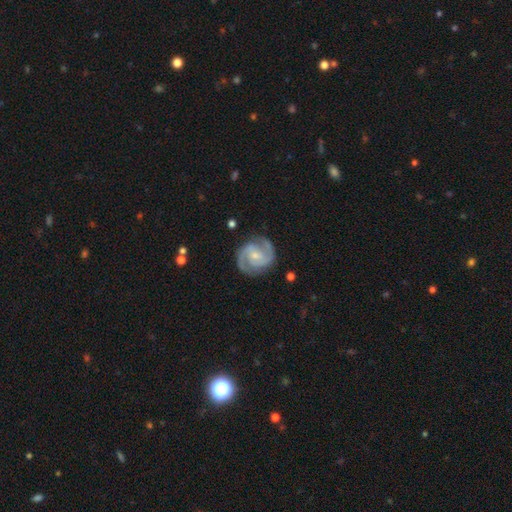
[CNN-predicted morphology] A featured or disk galaxy (90%) with a weak bar (46%), 2 (88%) medium (47%, tied with tight) spiral arms (98%) and a small central bulge (63%).

Vote fractions:
- Smooth or featured? featured or disk: 90% / smooth: 6% / star or artifact: 4%
- Edge-on disk? no: 98% / yes: 2%
- Bar? weak: 46% / no: 41% / strong: 13%
- Spiral arms? yes: 98% / no: 2%
- Spiral winding? medium: 47% (tied) / tight: 47% (tied) / loose: 6%
- Spiral arm count? 2: 88% / 3: 5% / can't tell: 3% / 1: 1% / 4: 1% / more than 4: 1%
- Bulge size? small: 63% / moderate: 29% / none: 6% / large: 1% / dominant: 1%
- Merging? none: 82% / minor disturbance: 13% / major disturbance: 4% / merger: 1%